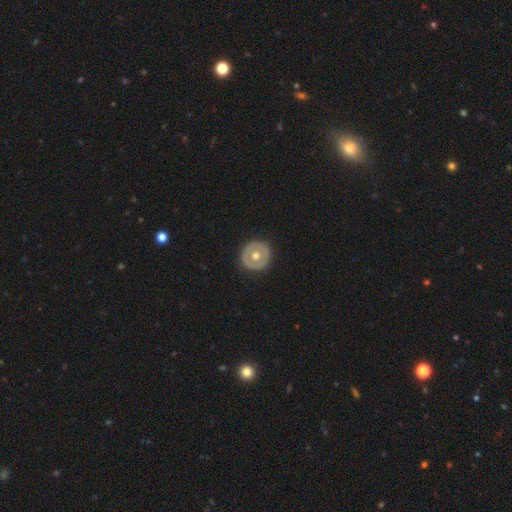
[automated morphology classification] Smooth or featured?
  - smooth: 48% *
  - featured or disk: 47%
  - star or artifact: 5%
Merging?
  - none: 89% *
  - minor disturbance: 7%
  - major disturbance: 2%
  - merger: 1%